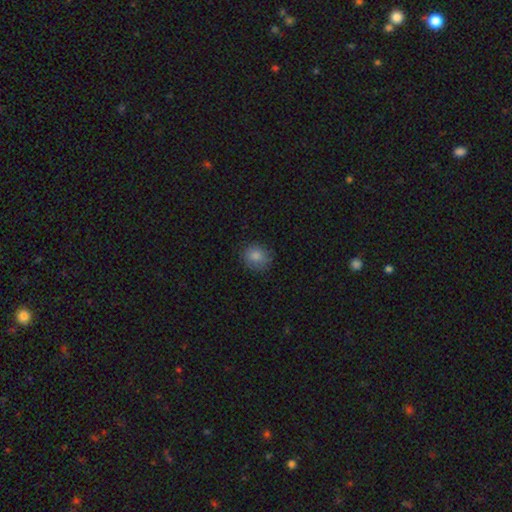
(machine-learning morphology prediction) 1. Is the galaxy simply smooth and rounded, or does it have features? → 83% smooth, 11% star or artifact, 6% featured or disk.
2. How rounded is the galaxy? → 76% round, 23% in between, 1% cigar-shaped.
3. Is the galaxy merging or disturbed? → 85% none, 12% minor disturbance, 2% major disturbance, 1% merger.